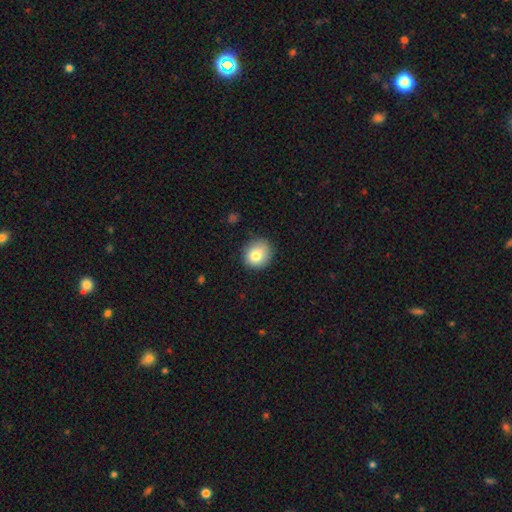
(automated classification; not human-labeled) smooth 80%, featured or disk 10%, star or artifact 9%. Down the decision tree: how rounded — round (79%); merging — none (82%).